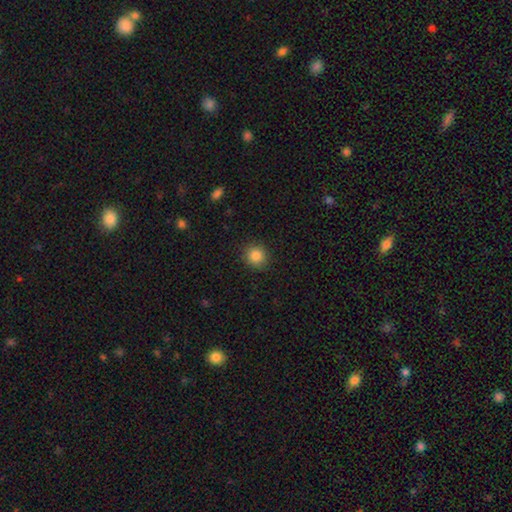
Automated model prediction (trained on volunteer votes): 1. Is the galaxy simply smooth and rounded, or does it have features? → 84% smooth, 10% star or artifact, 5% featured or disk.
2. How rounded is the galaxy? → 89% round, 10% in between, 1% cigar-shaped.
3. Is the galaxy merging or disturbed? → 90% none, 7% minor disturbance, 2% major disturbance, 1% merger.